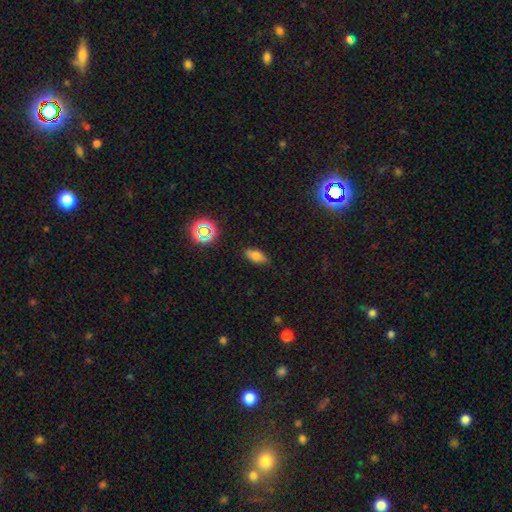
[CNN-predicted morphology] Smooth or featured: smooth — 74% (star or artifact — 14%)
How rounded: in between — 82% (cigar-shaped — 13%)
Merging: none — 84% (minor disturbance — 12%)